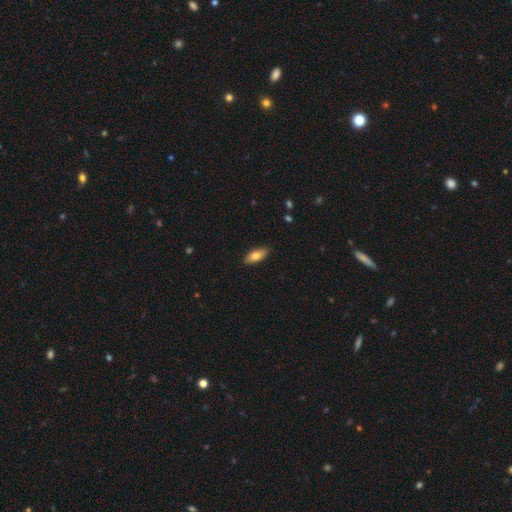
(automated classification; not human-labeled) Smooth or featured: smooth — 78% (featured or disk — 15%)
How rounded: in between — 78% (cigar-shaped — 20%)
Merging: none — 87% (minor disturbance — 10%)